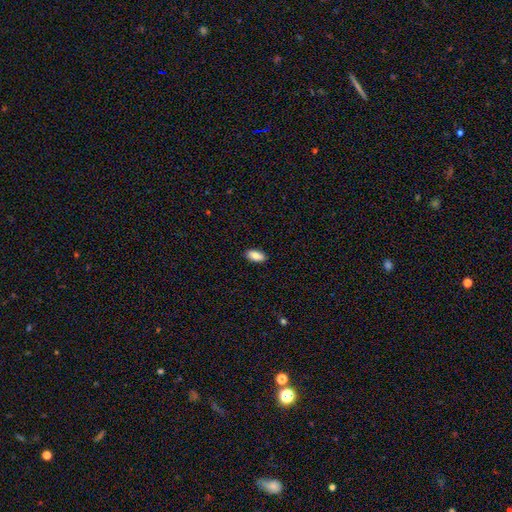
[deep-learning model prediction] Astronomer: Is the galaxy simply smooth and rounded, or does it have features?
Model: smooth — 85%.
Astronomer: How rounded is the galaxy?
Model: in between — 90%.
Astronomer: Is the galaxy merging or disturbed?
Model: none — 90%.